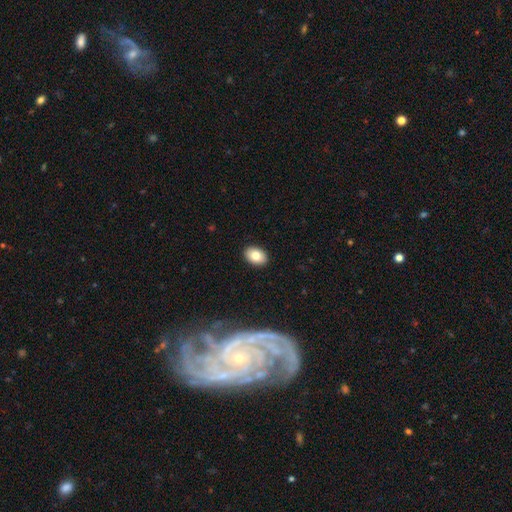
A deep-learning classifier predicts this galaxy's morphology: type=smooth (81%); roundness=in between (80%); merging=none (91%).